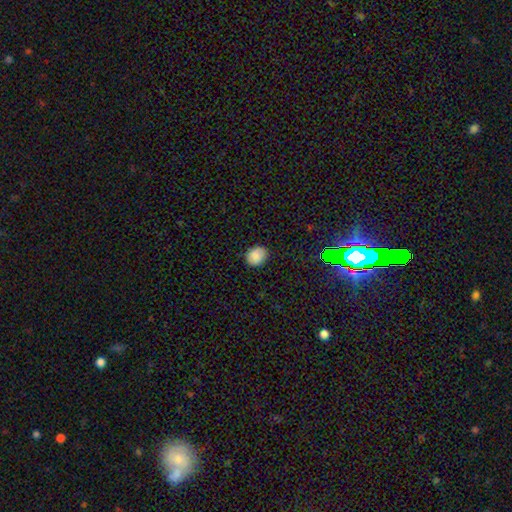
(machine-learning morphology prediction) The model was most divided on "how rounded": round: 60%, in between: 39%, cigar-shaped: 1%. More confident: smooth or featured — smooth (87%); merging — none (86%).